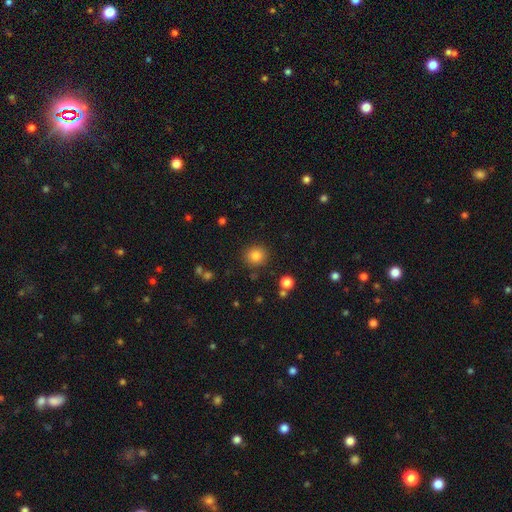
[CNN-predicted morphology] A smooth galaxy with no disk features (83%) that is round (86%). Merging: none (88%).